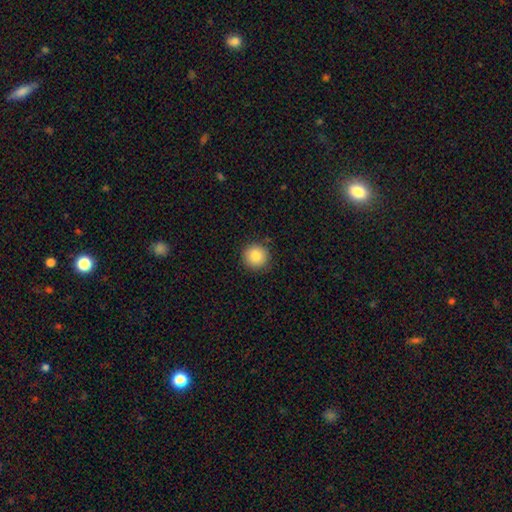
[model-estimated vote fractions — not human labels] A smooth galaxy with no disk features (84%) that is round (95%). Merging: none (89%).